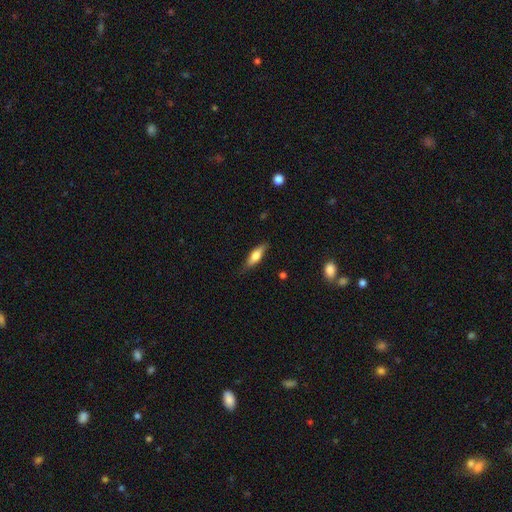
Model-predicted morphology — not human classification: Smooth or featured? smooth (66%)
How rounded? cigar-shaped (49%)
Merging? none (79%)